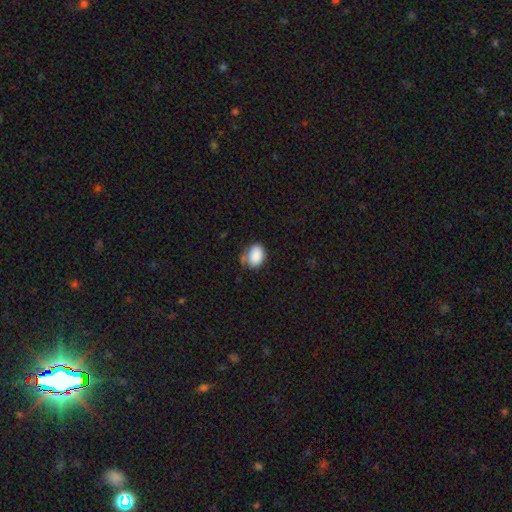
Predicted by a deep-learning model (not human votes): Smooth or featured?
  - smooth: 87% *
  - star or artifact: 8%
  - featured or disk: 6%
How rounded?
  - in between: 79% *
  - round: 19%
  - cigar-shaped: 1%
Merging?
  - none: 56% *
  - minor disturbance: 28%
  - major disturbance: 9%
  - merger: 6%